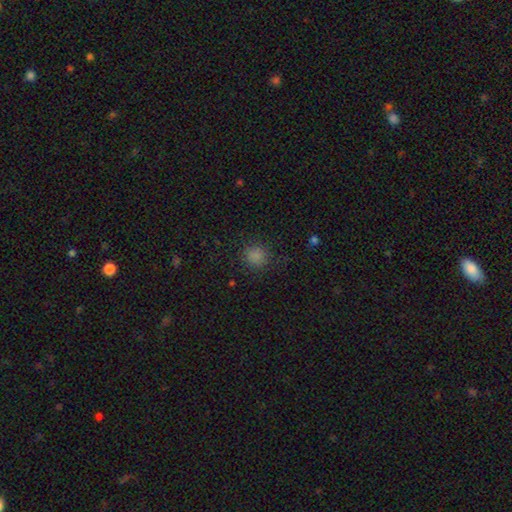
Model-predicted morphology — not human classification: Smooth or featured? smooth (81%)
How rounded? round (89%)
Merging? none (85%)